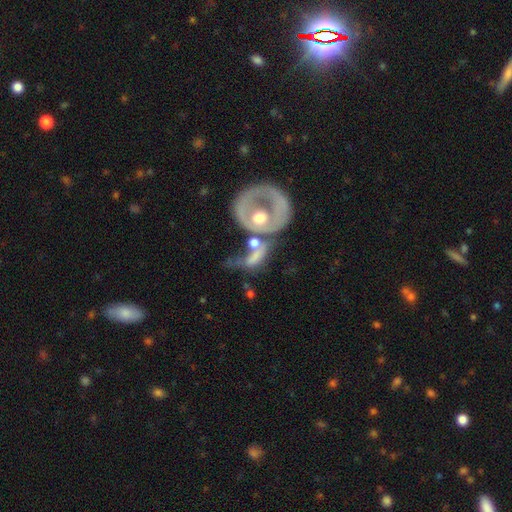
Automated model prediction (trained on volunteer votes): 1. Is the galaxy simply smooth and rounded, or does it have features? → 53% featured or disk, 38% smooth, 9% star or artifact.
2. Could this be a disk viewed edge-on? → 94% no, 6% yes.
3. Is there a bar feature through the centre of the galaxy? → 81% no, 13% weak, 7% strong.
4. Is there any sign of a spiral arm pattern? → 71% no, 29% yes.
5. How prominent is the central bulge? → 54% moderate, 15% small, 14% none, 13% large, 4% dominant.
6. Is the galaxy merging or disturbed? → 45% merger, 25% major disturbance, 18% none, 13% minor disturbance.